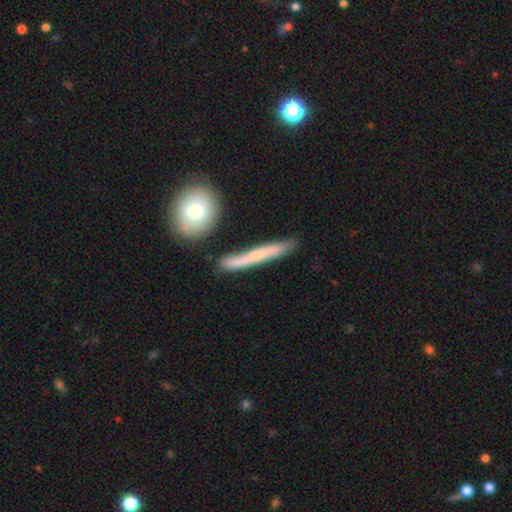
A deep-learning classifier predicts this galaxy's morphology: type=smooth (50%); roundness=cigar-shaped (91%); merging=none (76%).